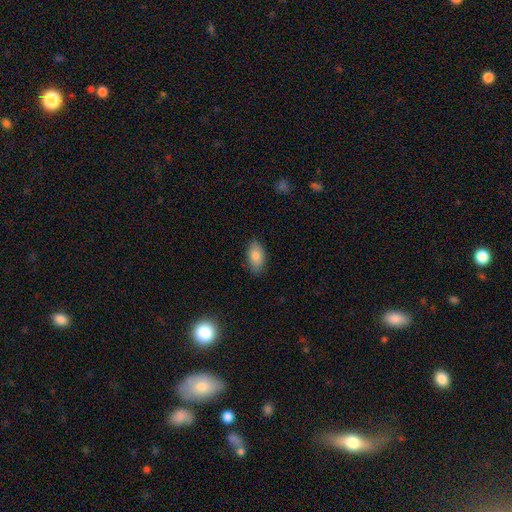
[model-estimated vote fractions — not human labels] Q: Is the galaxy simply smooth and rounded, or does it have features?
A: smooth — 83%.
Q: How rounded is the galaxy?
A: in between — 93%.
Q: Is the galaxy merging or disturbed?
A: none — 84%.